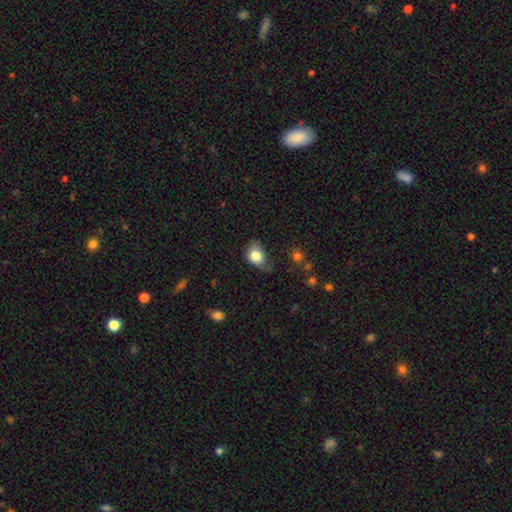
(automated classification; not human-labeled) Morphology: type=smooth (81%); roundness=in between (63%); merging=none (44%).